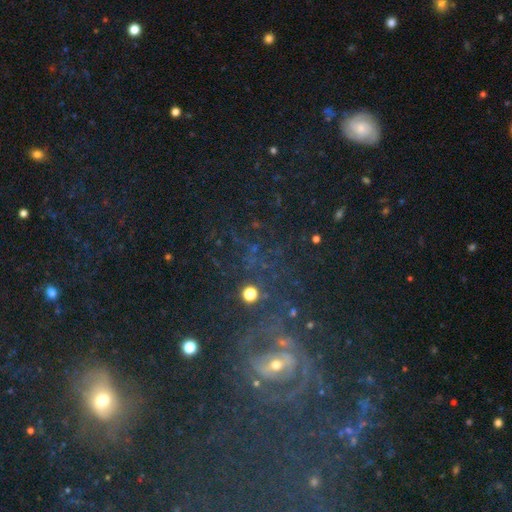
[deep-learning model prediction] Smooth or featured? star or artifact (54%)